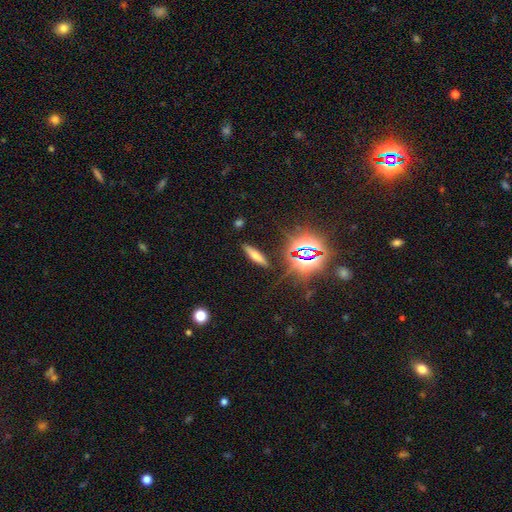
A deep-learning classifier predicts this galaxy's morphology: The model was most divided on "smooth or featured": smooth: 56%, star or artifact: 25%, featured or disk: 19%. More confident: merging — none (86%); how rounded — cigar-shaped (71%).